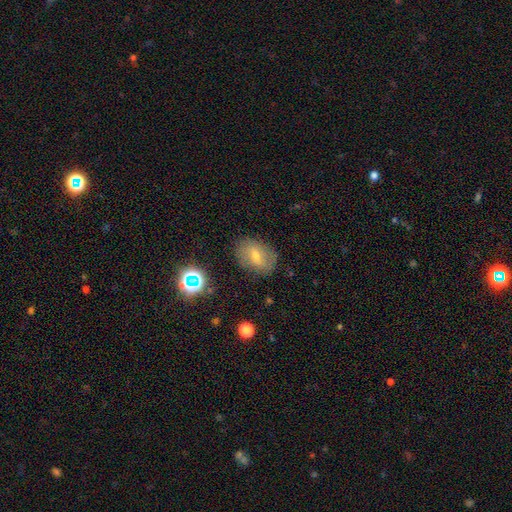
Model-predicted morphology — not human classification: type=smooth (51%); roundness=in between (70%); merging=none (79%).